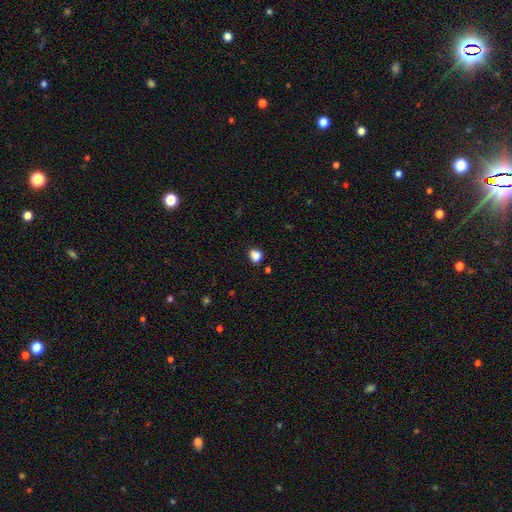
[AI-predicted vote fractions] Smooth or featured: smooth — 84% (star or artifact — 12%)
How rounded: round — 59% (in between — 40%)
Merging: none — 74% (minor disturbance — 17%)